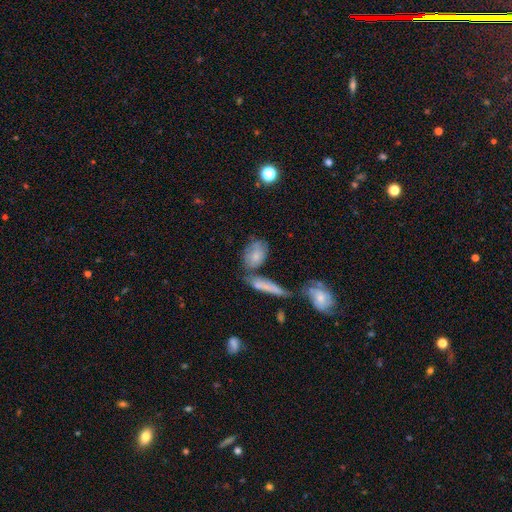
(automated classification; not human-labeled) The model was most divided on "merging": none: 45%, merger: 27%, minor disturbance: 19%, major disturbance: 9%. More confident: how rounded — in between (77%); smooth or featured — smooth (67%).